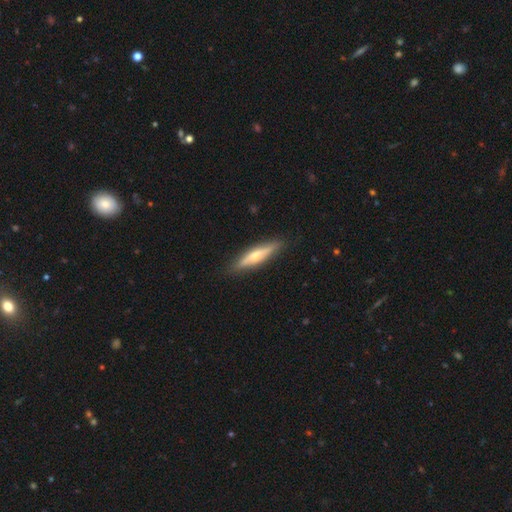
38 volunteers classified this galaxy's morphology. Q: Smooth or featured?
A: smooth (55%); runner-up: featured or disk (39%)
Q: How rounded?
A: cigar-shaped (86%); runner-up: in between (14%)
Q: Merging?
A: none (92%); runner-up: minor disturbance (6%)